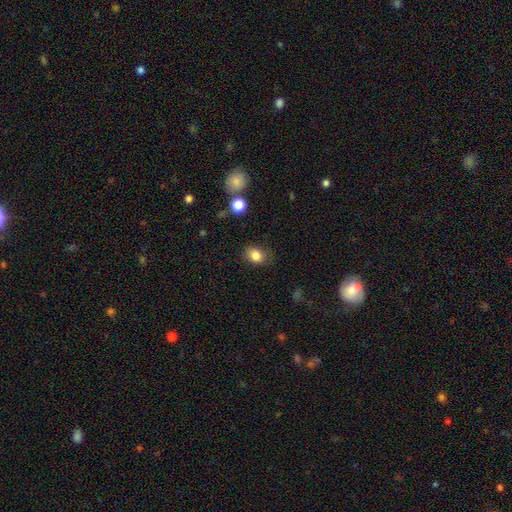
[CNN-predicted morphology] Overall: smooth (84%). How rounded: in between (61%; round 38%). Merging: none (76%).